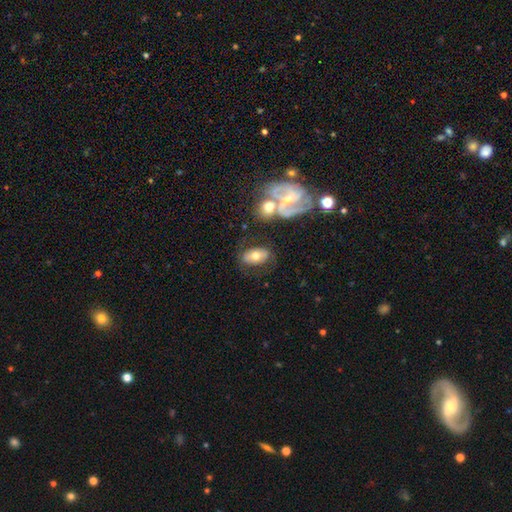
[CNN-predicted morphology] Q: Smooth or featured?
A: smooth (54%); runner-up: featured or disk (37%)
Q: How rounded?
A: in between (87%); runner-up: round (10%)
Q: Merging?
A: none (67%); runner-up: minor disturbance (15%)